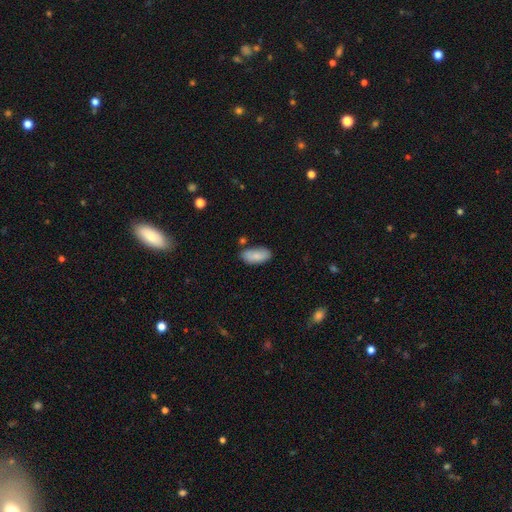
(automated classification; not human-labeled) Overall: smooth (85%). How rounded: in between (92%). Merging: none (73%).